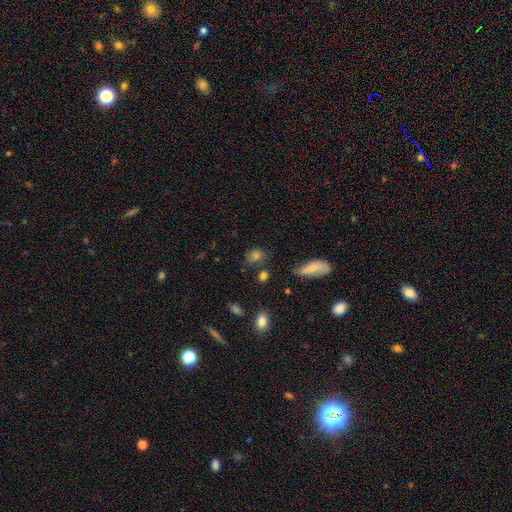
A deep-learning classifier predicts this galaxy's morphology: Smooth or featured? smooth (74%)
How rounded? in between (49%)
Merging? none (66%)